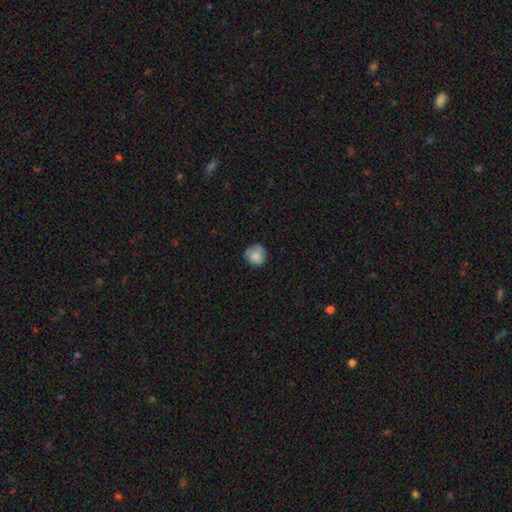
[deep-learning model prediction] smooth_or_featured: smooth (p=0.81) [alt: featured or disk p=0.12]
how_rounded: round (p=0.91) [alt: in between p=0.08]
merging: none (p=0.78) [alt: minor disturbance p=0.18]